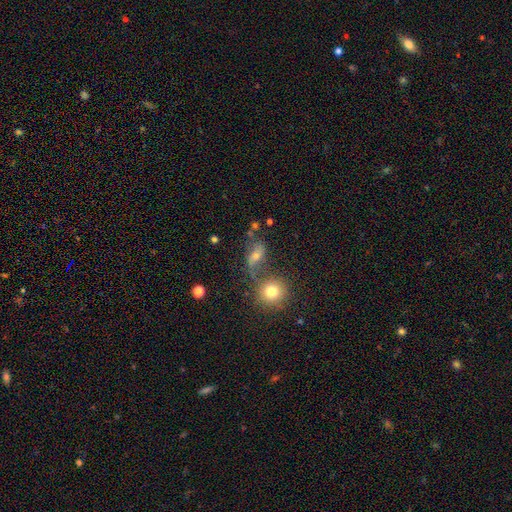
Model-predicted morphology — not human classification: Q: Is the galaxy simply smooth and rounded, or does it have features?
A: smooth — 46%.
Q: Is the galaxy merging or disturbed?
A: none — 49%.